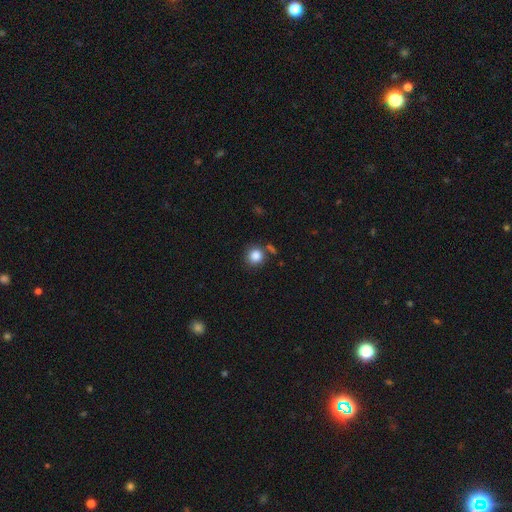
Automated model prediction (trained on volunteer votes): smooth_or_featured: smooth (p=0.86) [alt: star or artifact p=0.10]
how_rounded: round (p=0.90) [alt: in between p=0.09]
merging: none (p=0.76) [alt: minor disturbance p=0.11]